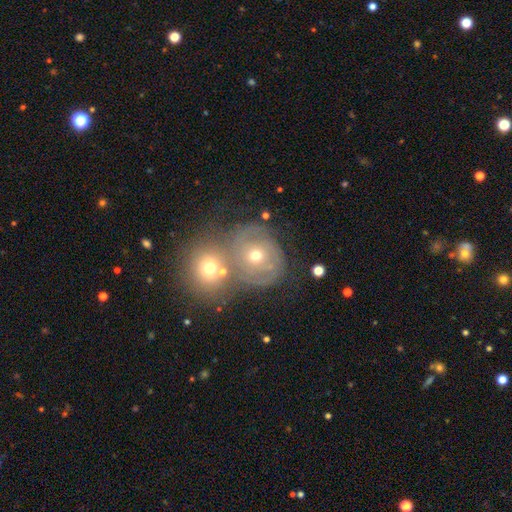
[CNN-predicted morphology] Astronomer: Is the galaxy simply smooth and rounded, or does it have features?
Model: featured or disk — 50% (runner-up: smooth, 37%).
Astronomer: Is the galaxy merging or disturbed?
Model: merger — 45% (runner-up: none, 36%).